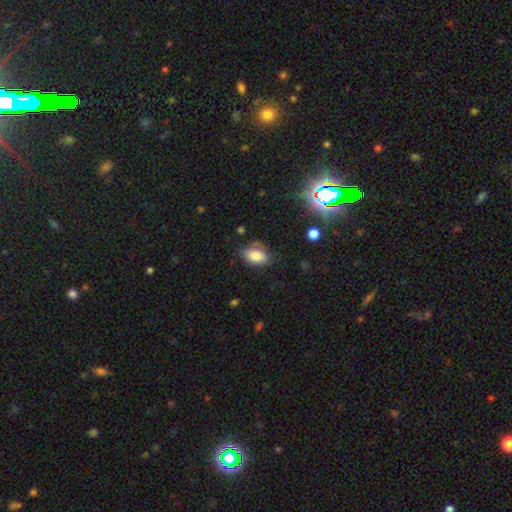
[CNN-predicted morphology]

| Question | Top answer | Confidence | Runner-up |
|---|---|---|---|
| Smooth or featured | smooth | 81% | featured or disk (10%) |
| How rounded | in between | 91% | round (7%) |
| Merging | none | 67% | minor disturbance (23%) |